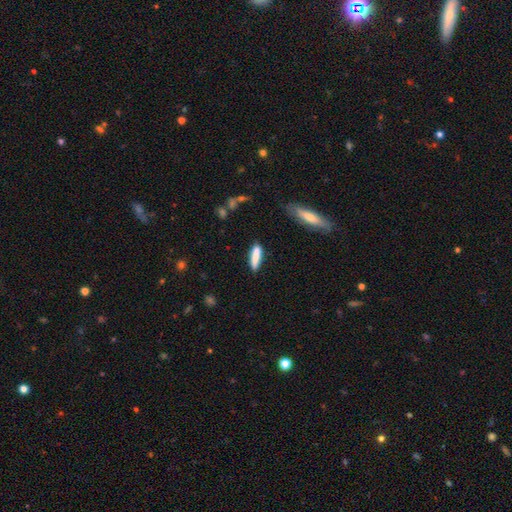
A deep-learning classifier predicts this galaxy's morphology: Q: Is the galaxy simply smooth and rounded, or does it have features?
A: smooth — 81%.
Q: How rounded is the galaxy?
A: cigar-shaped — 77%.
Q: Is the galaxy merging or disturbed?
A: none — 82%.